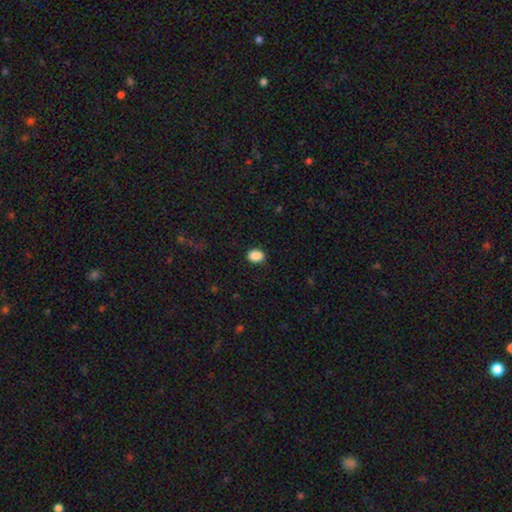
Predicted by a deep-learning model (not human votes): smooth-or-featured: smooth: 89% | star or artifact: 9% | featured or disk: 3%
  how-rounded: in between: 67% | round: 32% | cigar-shaped: 1%
  merging: none: 85% | minor disturbance: 11% | major disturbance: 3% | merger: 1%